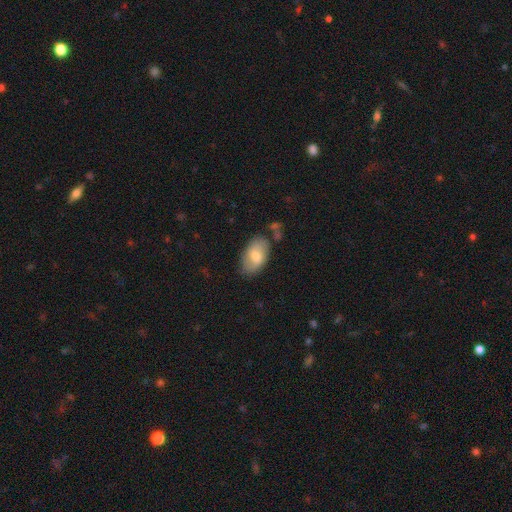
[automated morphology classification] Smooth or featured?
  - smooth: 62% *
  - featured or disk: 32%
  - star or artifact: 6%
How rounded?
  - in between: 93% *
  - round: 6%
  - cigar-shaped: 2%
Merging?
  - none: 68% *
  - minor disturbance: 21%
  - major disturbance: 6%
  - merger: 5%